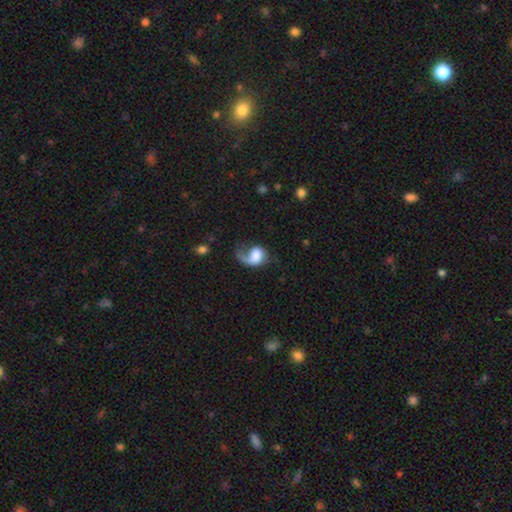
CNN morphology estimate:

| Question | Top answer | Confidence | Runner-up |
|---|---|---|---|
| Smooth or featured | featured or disk | 50% | smooth (42%) |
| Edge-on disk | no | 97% | yes (3%) |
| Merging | major disturbance | 48% | none (29%) |